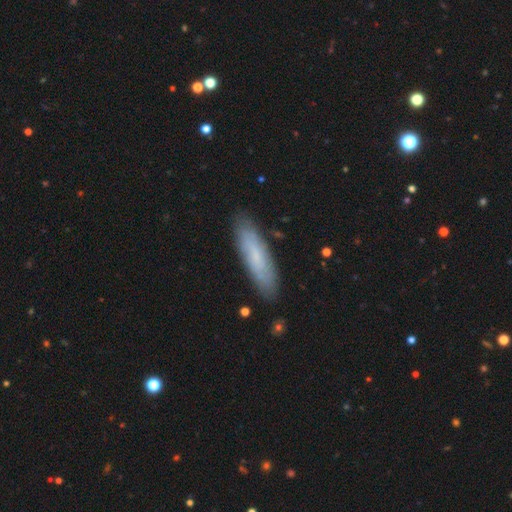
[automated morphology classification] This appears to be a smooth galaxy with no disk features (59%) that is cigar-shaped (68%). Merging: none (85%).